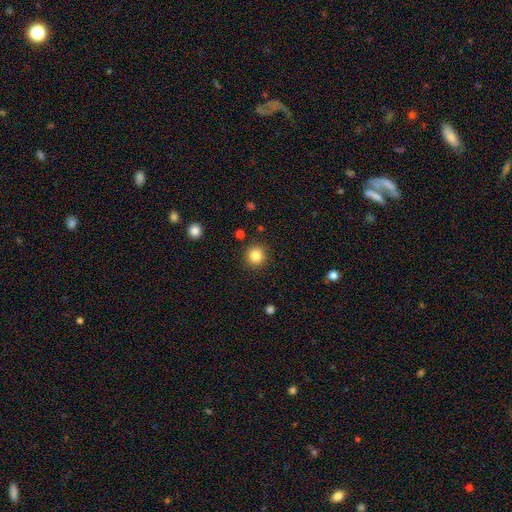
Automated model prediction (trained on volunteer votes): smooth-or-featured: smooth: 84% | star or artifact: 11% | featured or disk: 5%
  how-rounded: round: 94% | in between: 5% | cigar-shaped: 1%
  merging: none: 90% | minor disturbance: 6% | major disturbance: 2% | merger: 2%